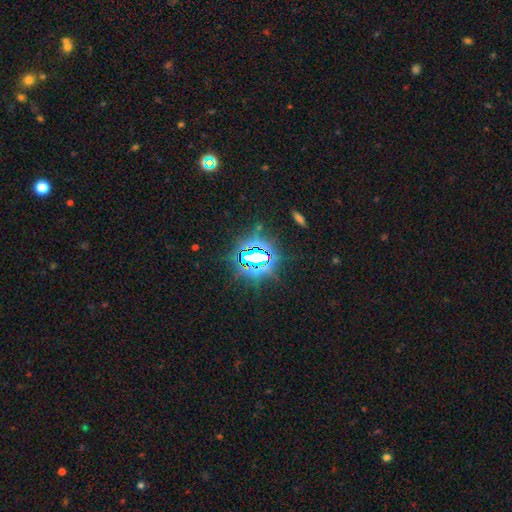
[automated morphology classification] Smooth or featured? Predicted: star or artifact (p=0.77).